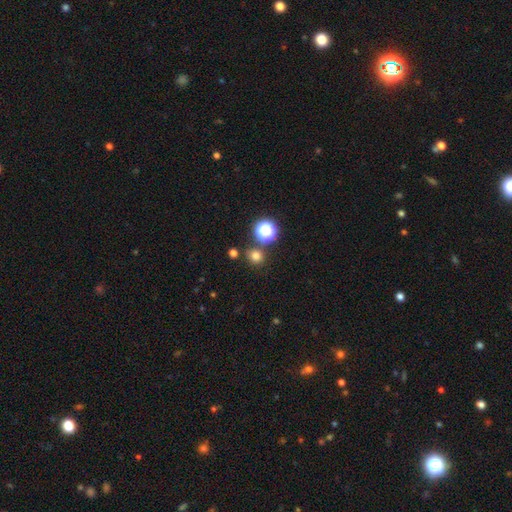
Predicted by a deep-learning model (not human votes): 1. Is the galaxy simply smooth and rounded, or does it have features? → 73% smooth, 21% star or artifact, 6% featured or disk.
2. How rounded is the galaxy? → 86% round, 13% in between, 1% cigar-shaped.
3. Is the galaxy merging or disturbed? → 79% none, 9% merger, 8% minor disturbance, 3% major disturbance.